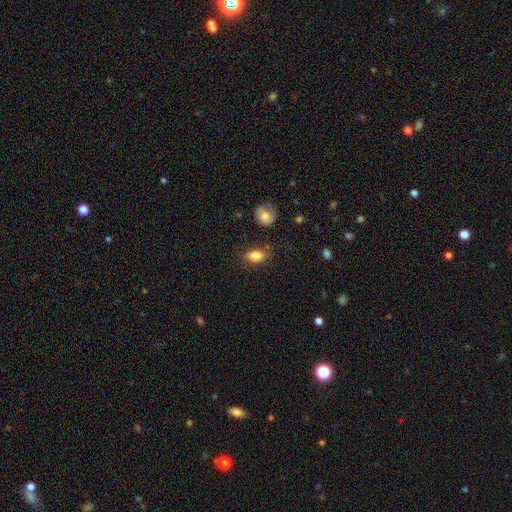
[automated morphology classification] Smooth or featured: smooth — 84% (star or artifact — 8%)
How rounded: in between — 84% (round — 13%)
Merging: none — 79% (minor disturbance — 14%)